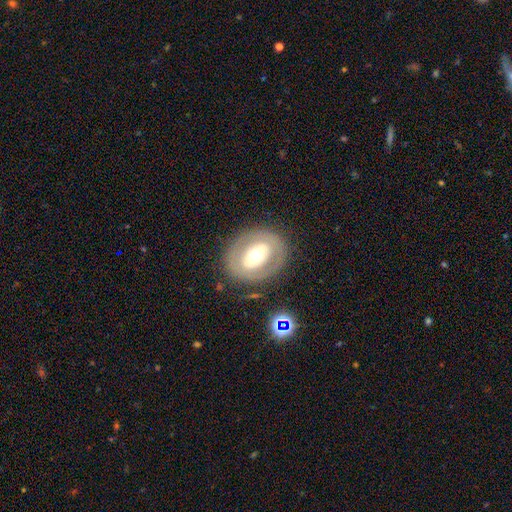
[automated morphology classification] smooth-or-featured: featured or disk: 57% | smooth: 36% | star or artifact: 7%
  disk-edge-on: no: 93% | yes: 7%
    bar: no: 60% | weak: 22% | strong: 18%
    has-spiral-arms: no: 85% | yes: 15%
    bulge-size: moderate: 64% | large: 20% | small: 12% | dominant: 2% | none: 1%
  merging: none: 80% | minor disturbance: 11% | major disturbance: 7% | merger: 2%